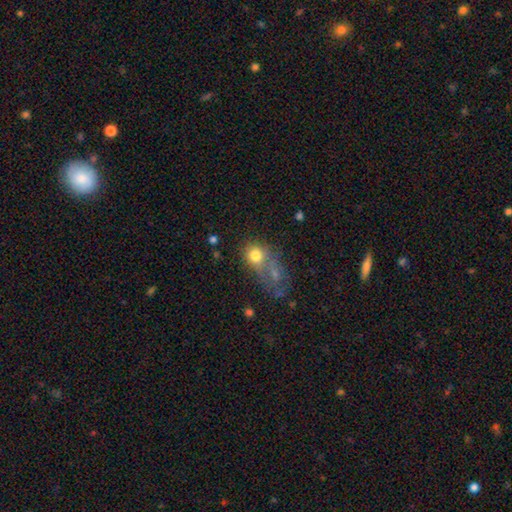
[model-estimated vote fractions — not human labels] Q: Smooth or featured?
A: smooth (75%); runner-up: featured or disk (13%)
Q: How rounded?
A: round (64%); runner-up: in between (35%)
Q: Merging?
A: merger (38%); runner-up: none (33%)